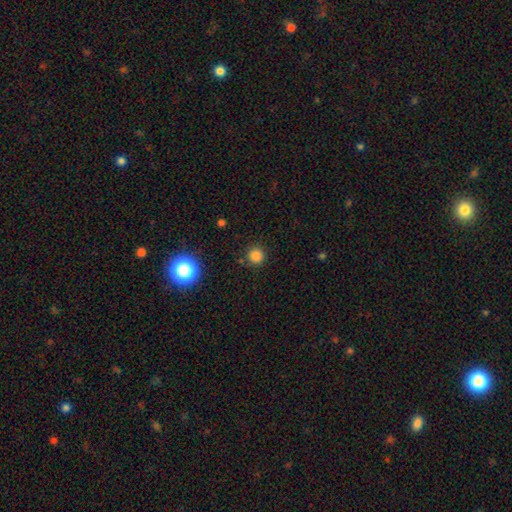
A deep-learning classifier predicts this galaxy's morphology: smooth 81%, star or artifact 15%, featured or disk 4%. Down the decision tree: how rounded — round (95%); merging — none (89%).